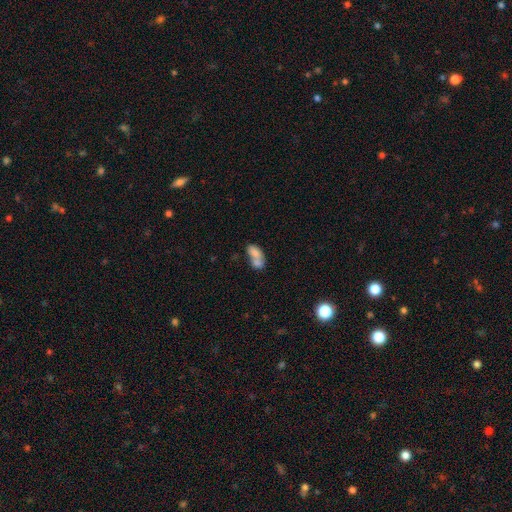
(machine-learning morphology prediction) smooth 73%, featured or disk 18%, star or artifact 9%. Down the decision tree: how rounded — in between (86%); merging — merger (68%).